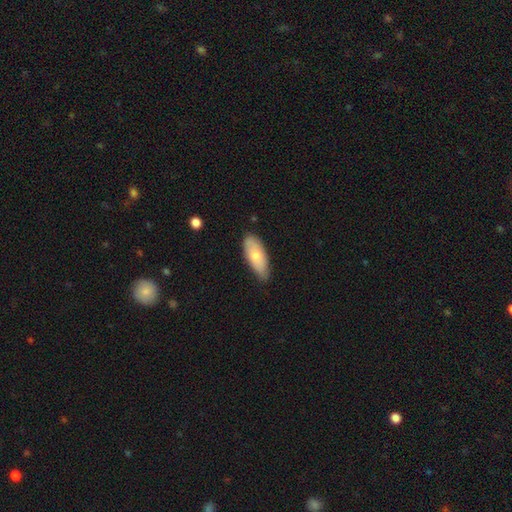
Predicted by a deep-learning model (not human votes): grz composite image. It shows a smooth galaxy with no disk features (67%) that is in between round and cigar-shaped (81%). Merging: none (75%).